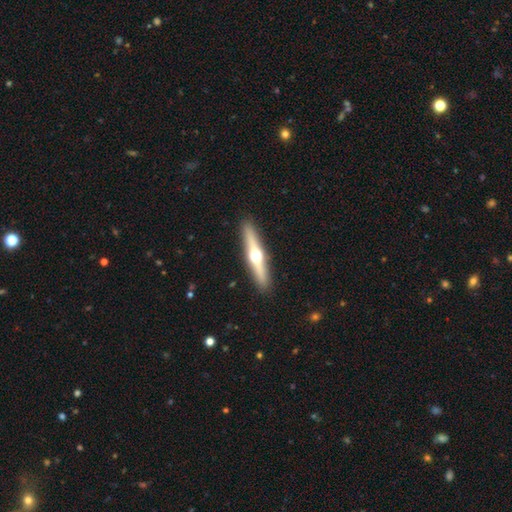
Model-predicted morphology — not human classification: A featured or disk galaxy (65%) viewed edge-on (96%) with a rounded central bulge (96%). Merging: none (91%).